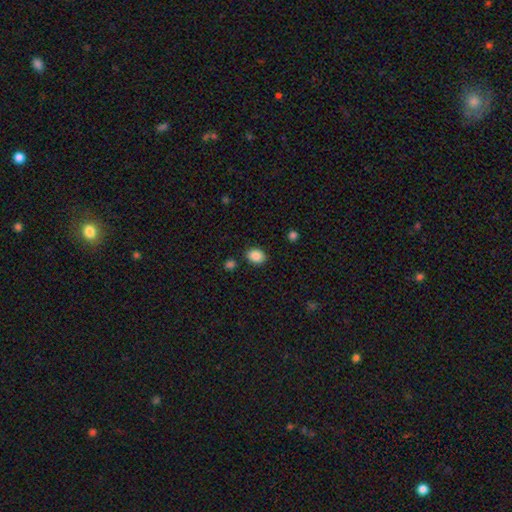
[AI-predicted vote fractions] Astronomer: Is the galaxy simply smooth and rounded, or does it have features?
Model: smooth — 88%.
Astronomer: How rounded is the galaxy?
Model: in between — 66%.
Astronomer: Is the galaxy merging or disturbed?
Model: none — 84%.